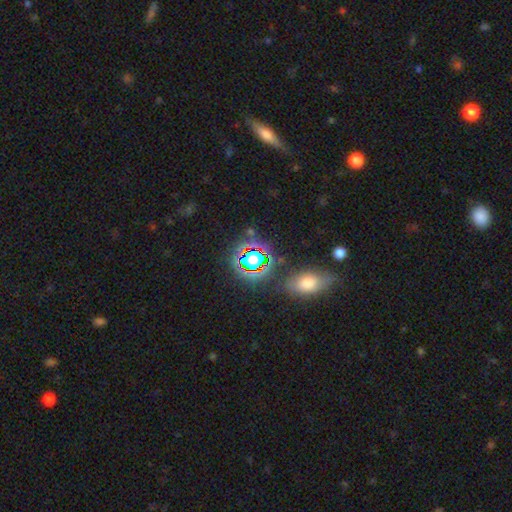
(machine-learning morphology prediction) Smooth or featured?
  - star or artifact: 63% *
  - smooth: 24%
  - featured or disk: 12%